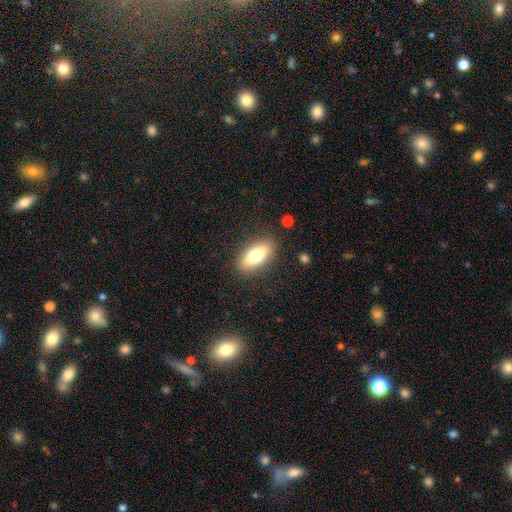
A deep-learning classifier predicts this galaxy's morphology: The model was most divided on "smooth or featured": smooth: 71%, featured or disk: 21%, star or artifact: 7%. More confident: merging — none (85%); how rounded — in between (78%).